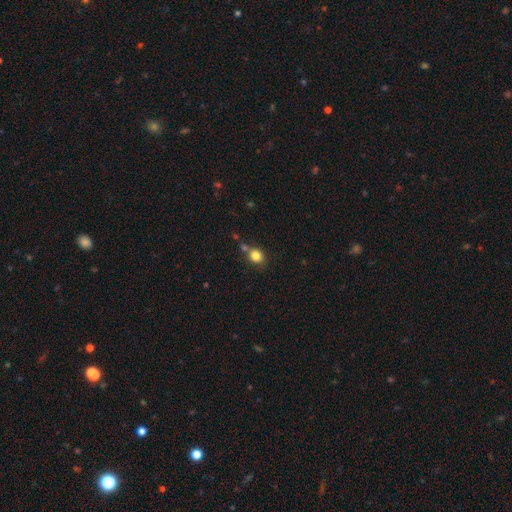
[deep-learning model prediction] Overall: smooth (82%). How rounded: round (66%; in between 33%). Merging: none (64%).